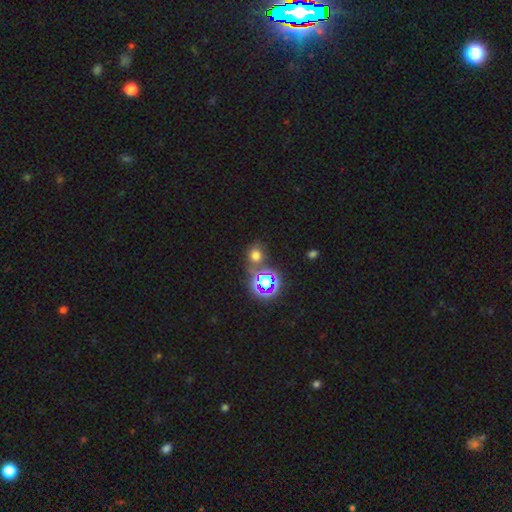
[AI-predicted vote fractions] Smooth or featured: smooth — 59% (star or artifact — 32%)
How rounded: round — 74% (in between — 24%)
Merging: none — 68% (merger — 16%)